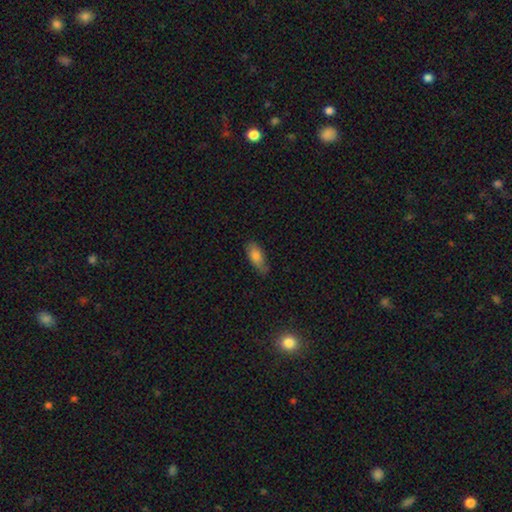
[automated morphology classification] Smooth or featured?
  - smooth: 78% *
  - featured or disk: 14%
  - star or artifact: 7%
How rounded?
  - in between: 84% *
  - cigar-shaped: 14%
  - round: 2%
Merging?
  - none: 66% *
  - minor disturbance: 28%
  - major disturbance: 5%
  - merger: 2%